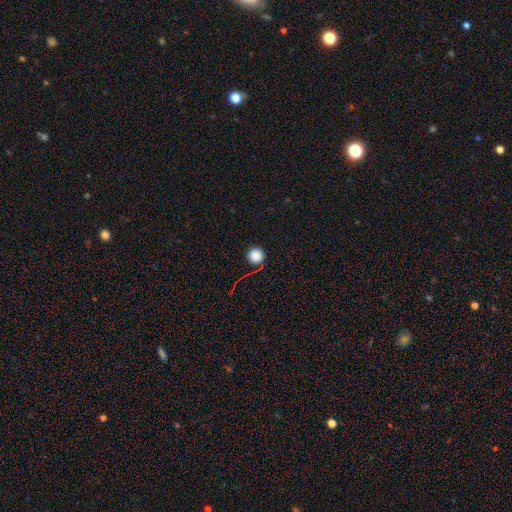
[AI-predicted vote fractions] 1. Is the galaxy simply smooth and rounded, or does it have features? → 82% smooth, 14% star or artifact, 4% featured or disk.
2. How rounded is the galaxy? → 95% round, 4% in between, 1% cigar-shaped.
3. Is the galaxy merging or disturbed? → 89% none, 7% minor disturbance, 2% major disturbance, 2% merger.